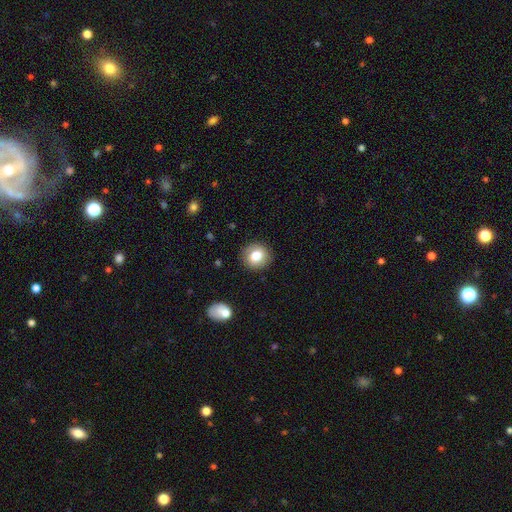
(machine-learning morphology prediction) This is likely a smooth galaxy (78%). How rounded: clearly round (82%). Merging: clearly none (88%).